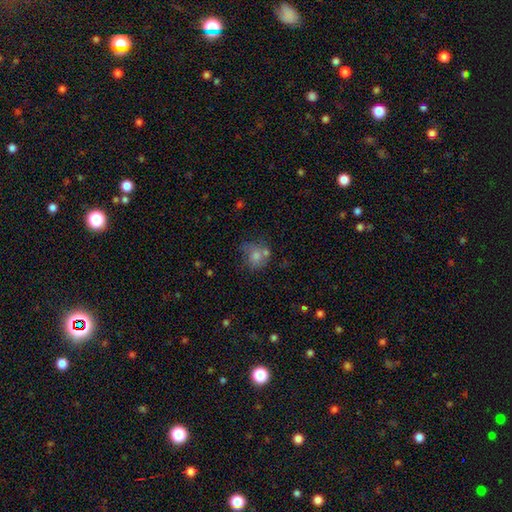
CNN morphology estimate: type=smooth (58%); roundness=round (74%); merging=none (50%).